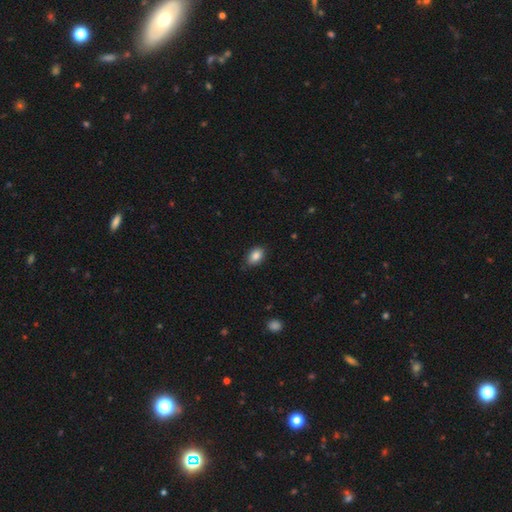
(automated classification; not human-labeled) This appears to be a smooth galaxy with no disk features (86%) that is in between round and cigar-shaped (86%). Merging: none (82%).